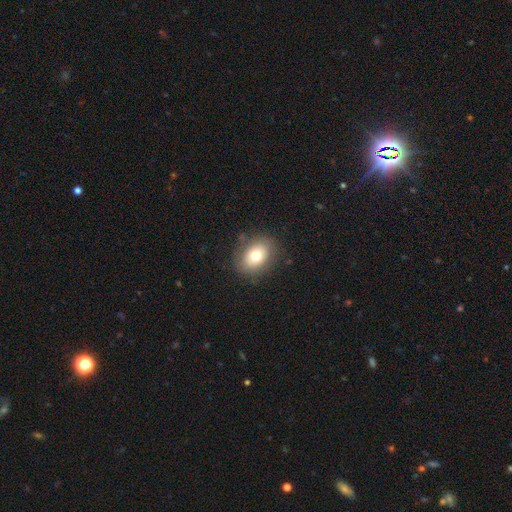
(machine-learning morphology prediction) smooth 74%, featured or disk 16%, star or artifact 10%. Down the decision tree: how rounded — in between (62%); merging — none (82%).